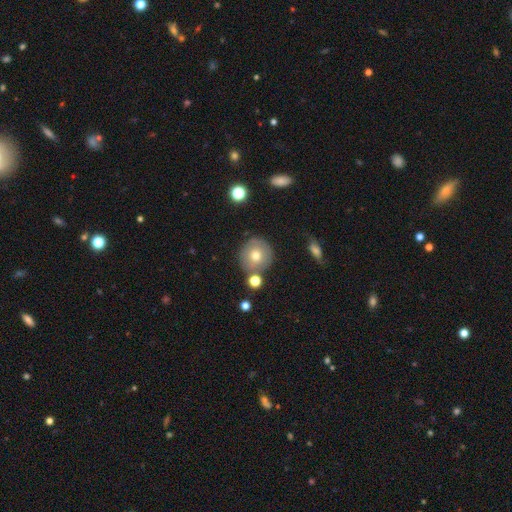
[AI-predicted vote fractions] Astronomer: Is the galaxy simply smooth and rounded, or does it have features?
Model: smooth — 68%.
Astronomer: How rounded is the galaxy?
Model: round — 91%.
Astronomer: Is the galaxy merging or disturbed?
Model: none — 74%.